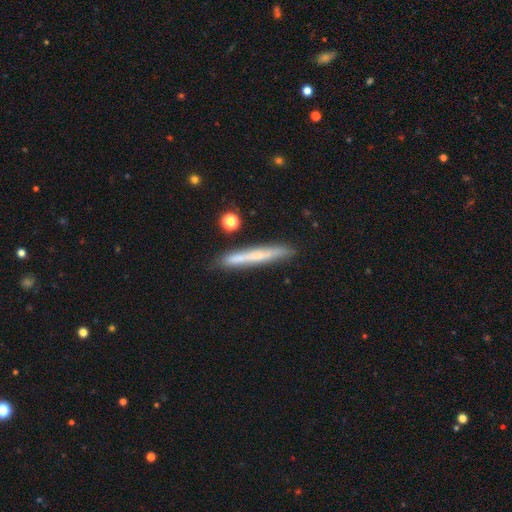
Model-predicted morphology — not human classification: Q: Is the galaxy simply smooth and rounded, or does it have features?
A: smooth — 54%.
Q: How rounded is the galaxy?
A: cigar-shaped — 95%.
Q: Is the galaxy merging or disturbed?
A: none — 84%.